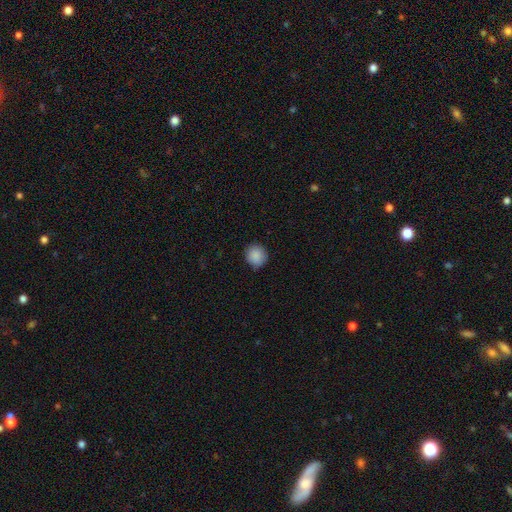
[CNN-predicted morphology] Smooth or featured: smooth — 88% (star or artifact — 8%)
How rounded: round — 91% (in between — 8%)
Merging: none — 84% (minor disturbance — 13%)